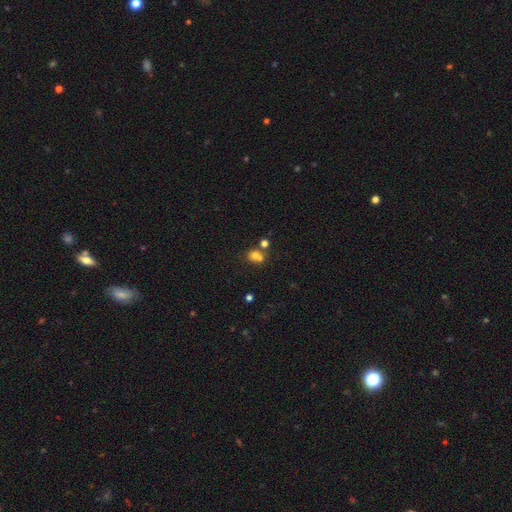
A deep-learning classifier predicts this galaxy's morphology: Smooth or featured?
  - smooth: 71% *
  - star or artifact: 16%
  - featured or disk: 13%
How rounded?
  - round: 61% *
  - in between: 38%
  - cigar-shaped: 1%
Merging?
  - merger: 44% *
  - none: 40%
  - minor disturbance: 11%
  - major disturbance: 5%